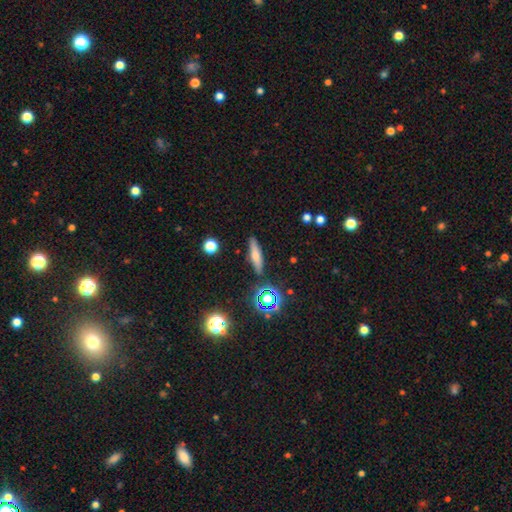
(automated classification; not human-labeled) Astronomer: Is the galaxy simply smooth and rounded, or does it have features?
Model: smooth — 60%.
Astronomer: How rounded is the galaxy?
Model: cigar-shaped — 75%.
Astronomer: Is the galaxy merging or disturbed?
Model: none — 85%.